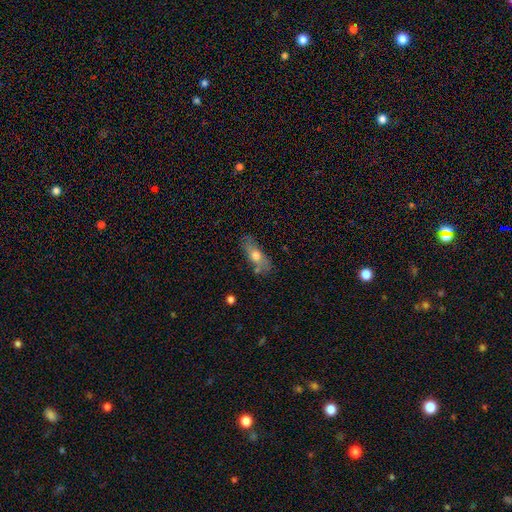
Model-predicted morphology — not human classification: This is possibly a smooth galaxy (57%). How rounded: likely in between (62%). Merging: likely none (72%).